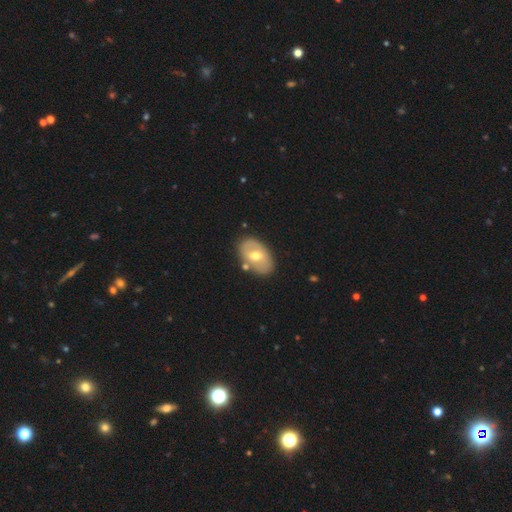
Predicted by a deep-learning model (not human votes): Overall: featured or disk (49%; smooth 46%). Merging: none (76%).